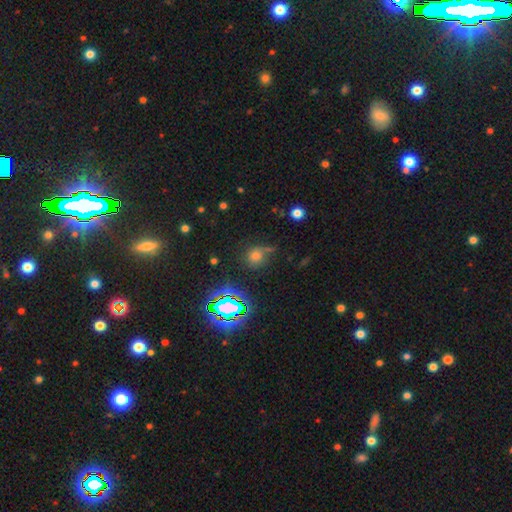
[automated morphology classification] This is likely a smooth galaxy (60%). How rounded: likely round (80%). Merging: likely none (63%).